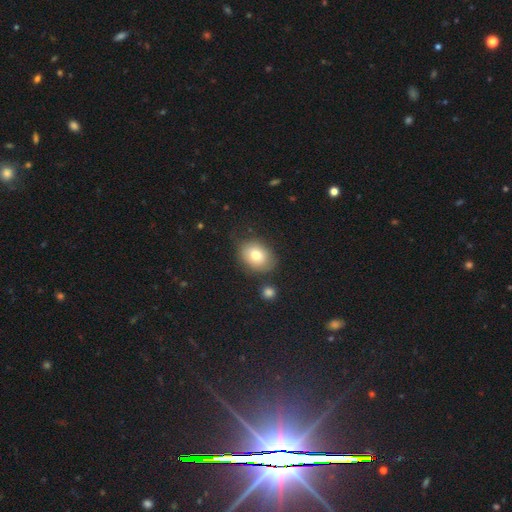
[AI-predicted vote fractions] Smooth or featured?
  - smooth: 76% *
  - featured or disk: 14%
  - star or artifact: 9%
How rounded?
  - in between: 60% *
  - round: 39%
  - cigar-shaped: 1%
Merging?
  - none: 76% *
  - minor disturbance: 15%
  - merger: 5%
  - major disturbance: 4%